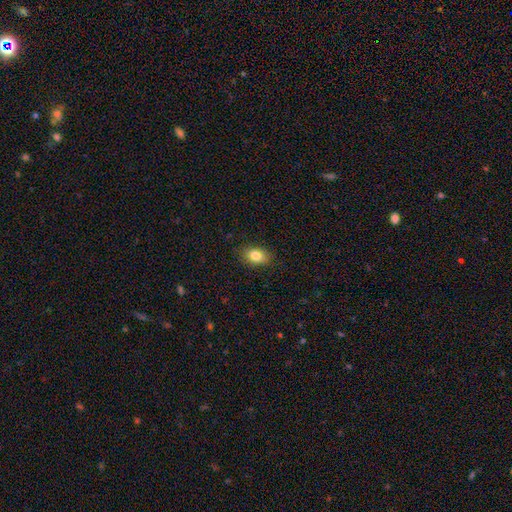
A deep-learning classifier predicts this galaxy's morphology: Overall: smooth (83%). How rounded: in between (80%). Merging: none (86%).